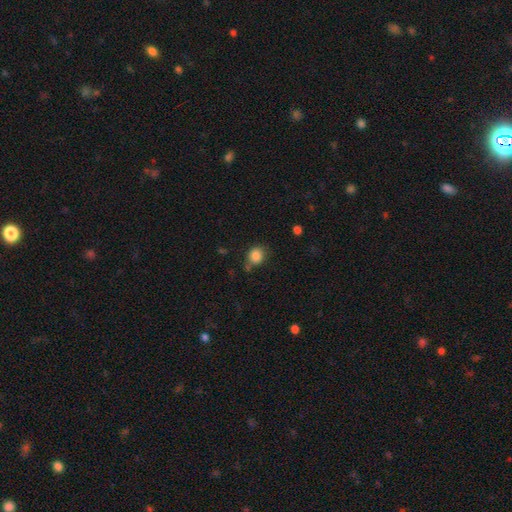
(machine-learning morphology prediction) smooth_or_featured: smooth (p=0.85) [alt: star or artifact p=0.10]
how_rounded: round (p=0.76) [alt: in between p=0.23]
merging: none (p=0.69) [alt: minor disturbance p=0.19]